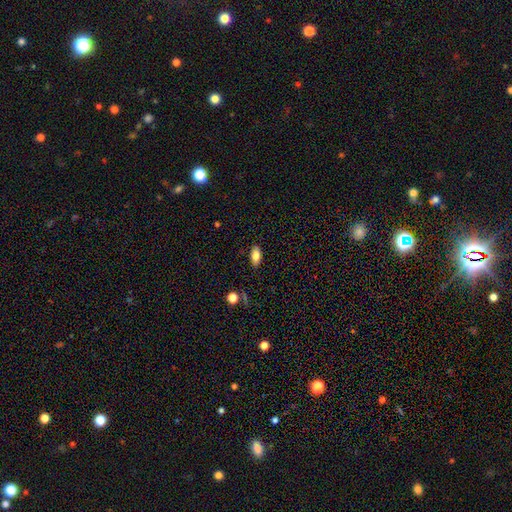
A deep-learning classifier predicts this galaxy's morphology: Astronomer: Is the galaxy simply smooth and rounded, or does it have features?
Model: smooth — 82%.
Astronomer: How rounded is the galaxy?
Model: in between — 90%.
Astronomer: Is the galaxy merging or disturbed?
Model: none — 86%.